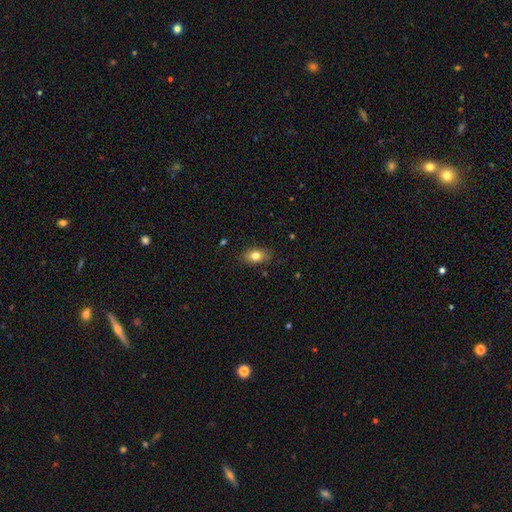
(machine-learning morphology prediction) smooth-or-featured: smooth: 79% | featured or disk: 12% | star or artifact: 9%
  how-rounded: in between: 82% | round: 16% | cigar-shaped: 3%
  merging: none: 83% | minor disturbance: 13% | major disturbance: 3% | merger: 1%